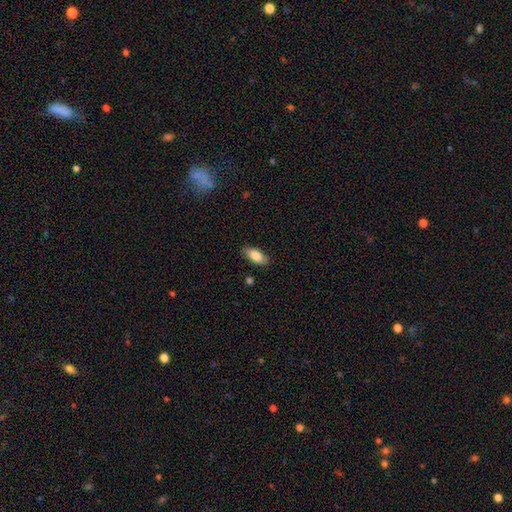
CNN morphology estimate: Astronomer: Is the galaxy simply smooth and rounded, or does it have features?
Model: smooth — 84%.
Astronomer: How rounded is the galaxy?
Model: in between — 87%.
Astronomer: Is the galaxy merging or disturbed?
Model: none — 84%.